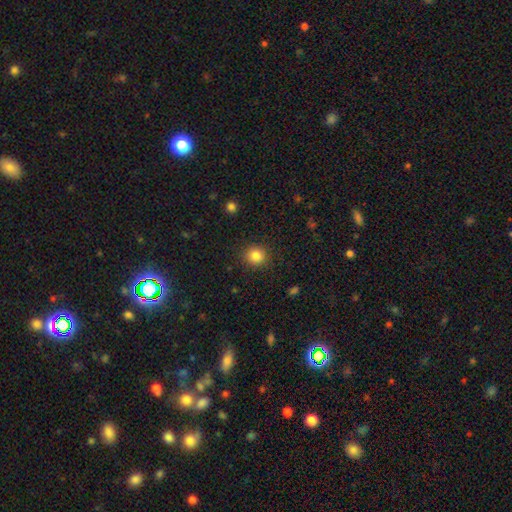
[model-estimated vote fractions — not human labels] Smooth or featured: smooth — 85% (star or artifact — 11%)
How rounded: round — 89% (in between — 11%)
Merging: none — 89% (minor disturbance — 7%)